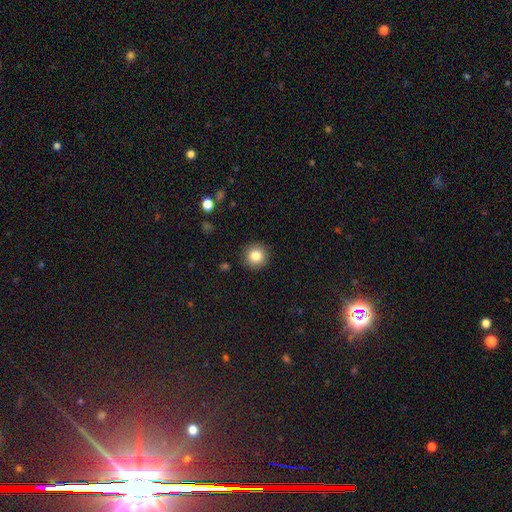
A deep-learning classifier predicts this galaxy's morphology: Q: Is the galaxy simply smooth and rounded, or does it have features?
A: smooth — 84%.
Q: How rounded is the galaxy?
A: round — 94%.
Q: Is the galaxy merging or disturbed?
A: none — 91%.